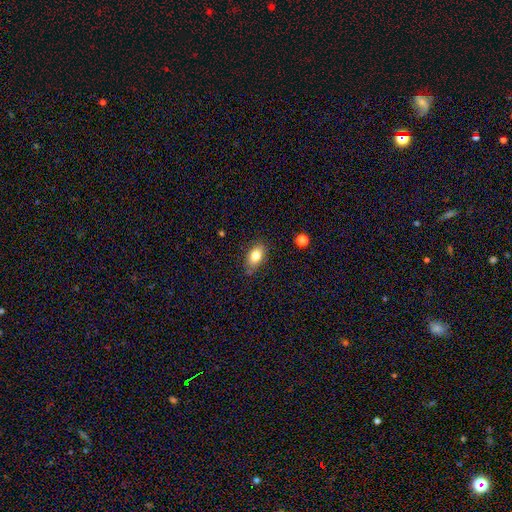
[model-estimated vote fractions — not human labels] This is likely a smooth galaxy (80%). How rounded: clearly in between (88%). Merging: likely none (76%).